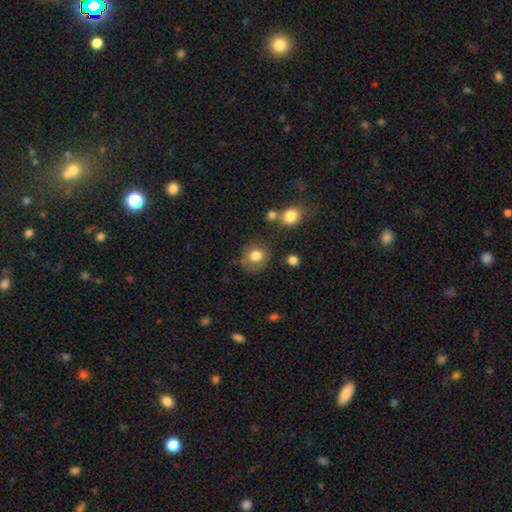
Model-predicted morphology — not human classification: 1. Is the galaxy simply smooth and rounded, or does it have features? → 80% smooth, 10% featured or disk, 10% star or artifact.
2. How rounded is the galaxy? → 78% round, 21% in between, 1% cigar-shaped.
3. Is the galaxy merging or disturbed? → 73% none, 16% minor disturbance, 6% major disturbance, 5% merger.